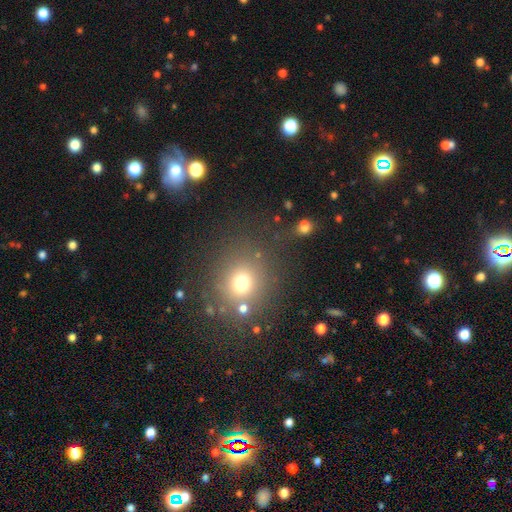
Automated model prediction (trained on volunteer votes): Smooth or featured? smooth (49%)
Merging? none (85%)